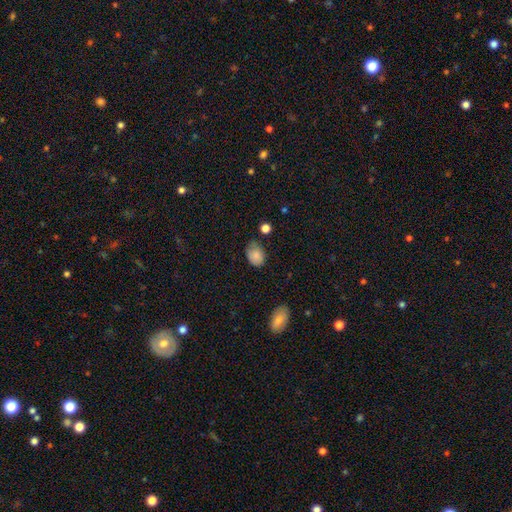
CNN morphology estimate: Q: Smooth or featured?
A: smooth (83%); runner-up: star or artifact (8%)
Q: How rounded?
A: in between (73%); runner-up: round (26%)
Q: Merging?
A: none (54%); runner-up: minor disturbance (35%)